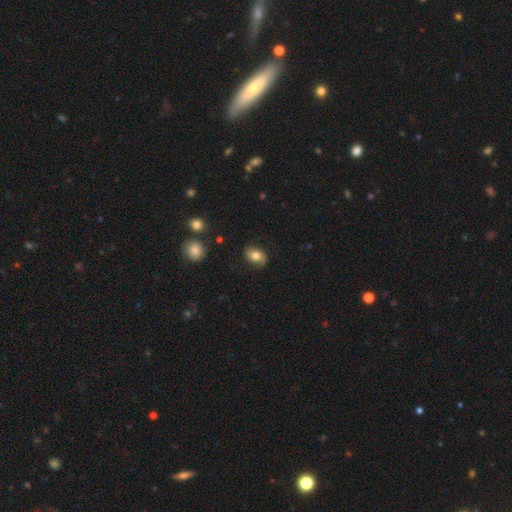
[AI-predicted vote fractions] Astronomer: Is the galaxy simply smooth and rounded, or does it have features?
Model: smooth — 74%.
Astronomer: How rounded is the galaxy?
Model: in between — 84%.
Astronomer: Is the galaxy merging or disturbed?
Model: none — 83%.